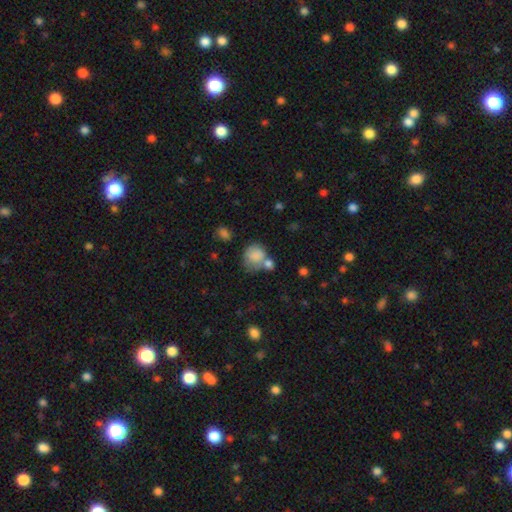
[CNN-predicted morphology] smooth-or-featured: smooth: 81% | featured or disk: 10% | star or artifact: 9%
  how-rounded: round: 69% | in between: 30% | cigar-shaped: 1%
  merging: none: 39% | merger: 33% | minor disturbance: 19% | major disturbance: 10%